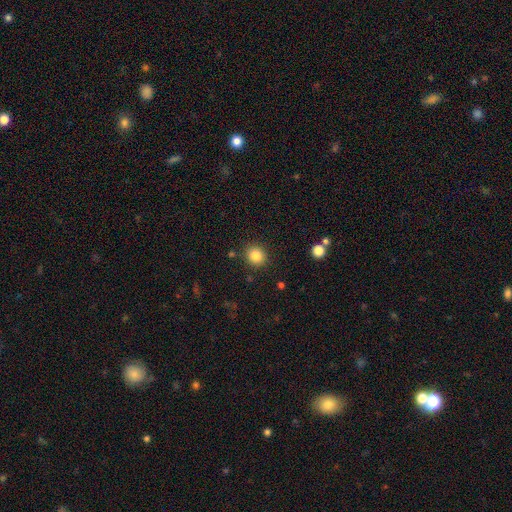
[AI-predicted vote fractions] This is clearly a smooth galaxy (84%). How rounded: clearly round (86%). Merging: clearly none (88%).